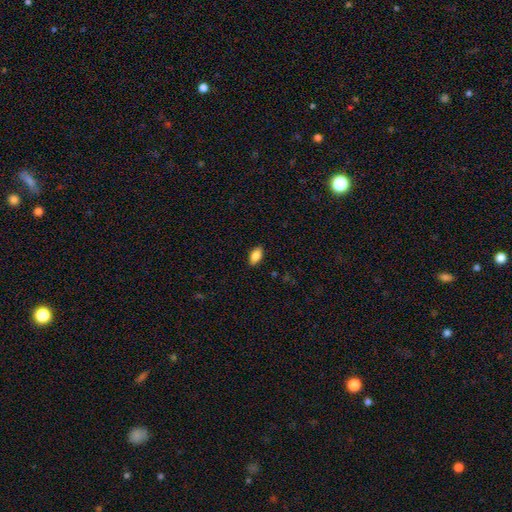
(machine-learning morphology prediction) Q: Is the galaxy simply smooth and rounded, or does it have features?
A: smooth — 87%.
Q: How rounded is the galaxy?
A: in between — 92%.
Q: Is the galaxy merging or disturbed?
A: none — 88%.